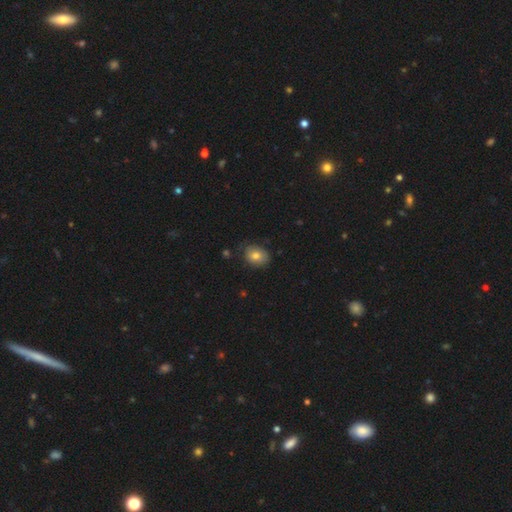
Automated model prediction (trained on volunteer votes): smooth_or_featured: smooth (p=0.77) [alt: featured or disk p=0.14]
how_rounded: in between (p=0.58) [alt: round p=0.41]
merging: none (p=0.76) [alt: minor disturbance p=0.19]